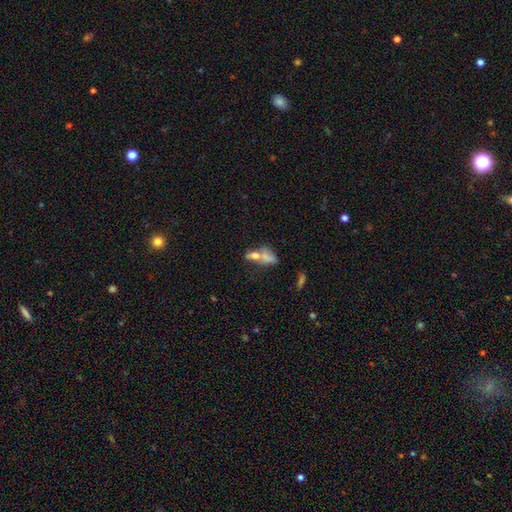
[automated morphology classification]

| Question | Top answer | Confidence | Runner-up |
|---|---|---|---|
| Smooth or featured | smooth | 61% | featured or disk (27%) |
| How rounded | in between | 70% | cigar-shaped (17%) |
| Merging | merger | 55% | none (24%) |